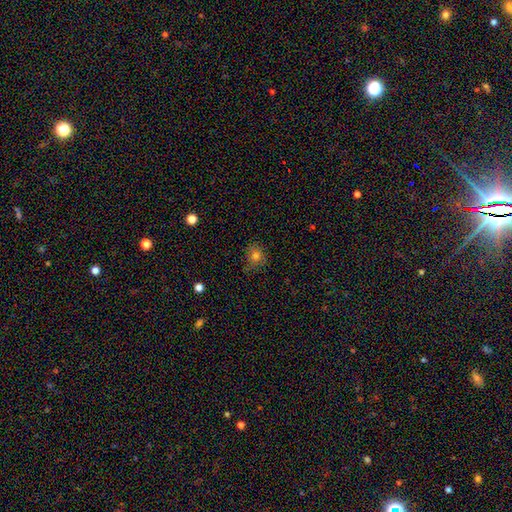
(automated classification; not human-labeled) Smooth or featured? smooth (77%)
How rounded? round (75%)
Merging? none (77%)